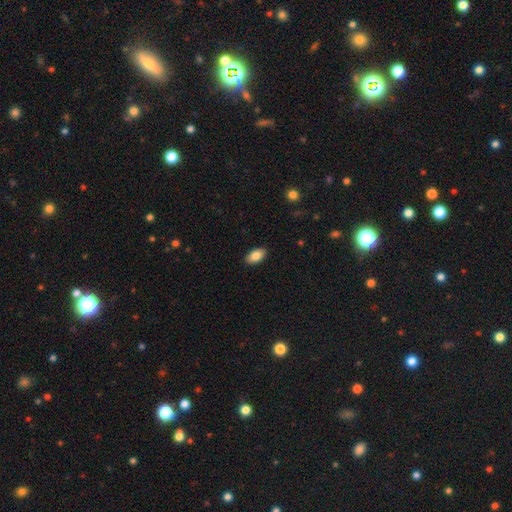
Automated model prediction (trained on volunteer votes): The model was most divided on "smooth or featured": smooth: 85%, featured or disk: 8%, star or artifact: 7%. More confident: how rounded — in between (93%); merging — none (89%).